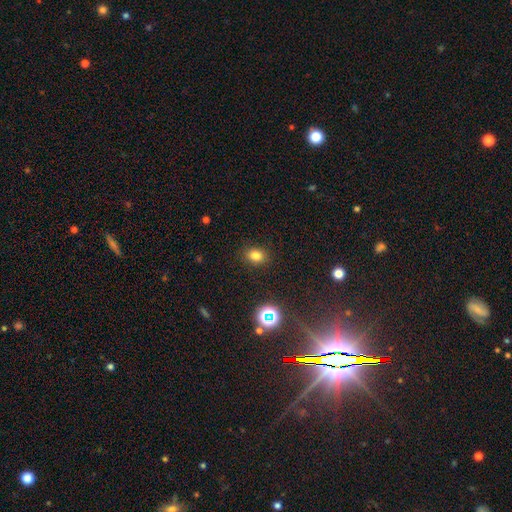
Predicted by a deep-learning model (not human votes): Overall: smooth (78%). How rounded: in between (59%; round 40%). Merging: none (88%).